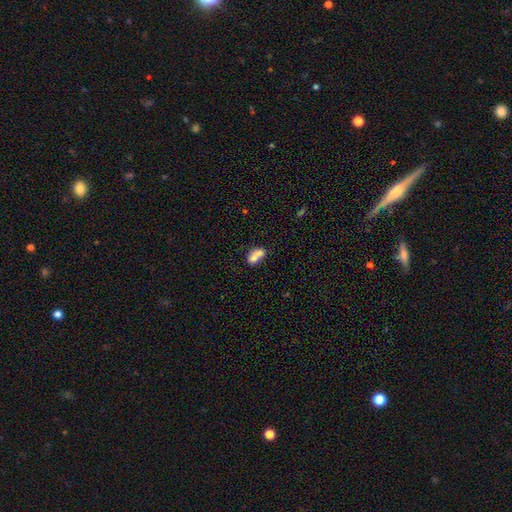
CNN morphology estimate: This appears to be a smooth galaxy with no disk features (73%) that is in between round and cigar-shaped (79%). Merging: merger (56%).